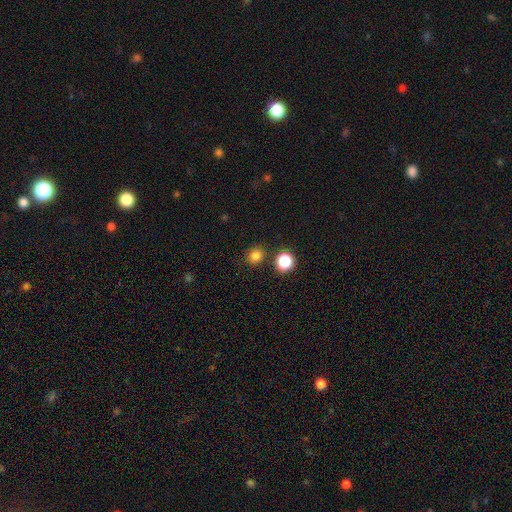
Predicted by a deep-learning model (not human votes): Smooth or featured? smooth (79%)
How rounded? round (77%)
Merging? none (84%)